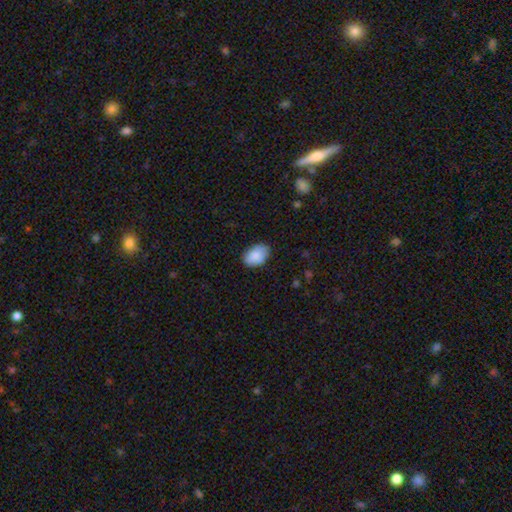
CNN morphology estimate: smooth-or-featured: smooth: 86% | featured or disk: 7% | star or artifact: 7%
  how-rounded: in between: 90% | round: 9% | cigar-shaped: 1%
  merging: none: 78% | minor disturbance: 18% | major disturbance: 3% | merger: 1%